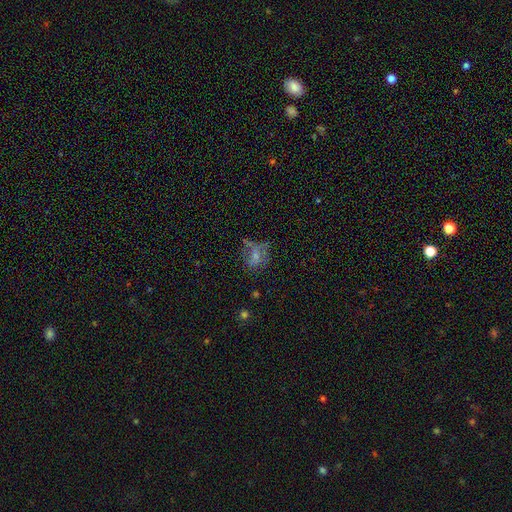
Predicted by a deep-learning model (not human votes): A featured or disk galaxy (45%). Merging: none (40%).